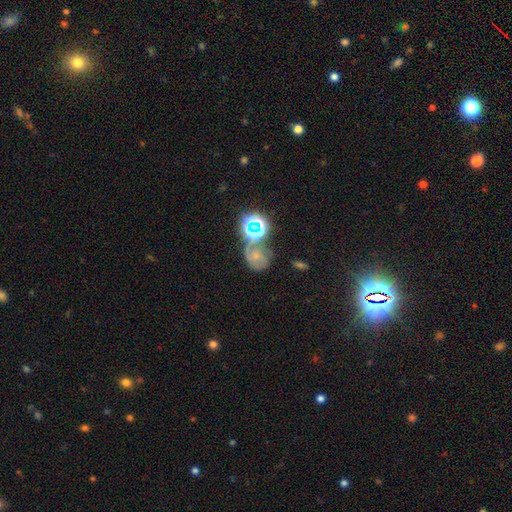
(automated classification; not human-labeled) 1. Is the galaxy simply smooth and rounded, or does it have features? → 38% featured or disk, 35% smooth, 28% star or artifact.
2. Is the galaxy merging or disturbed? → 39% none, 26% merger, 19% minor disturbance, 16% major disturbance.